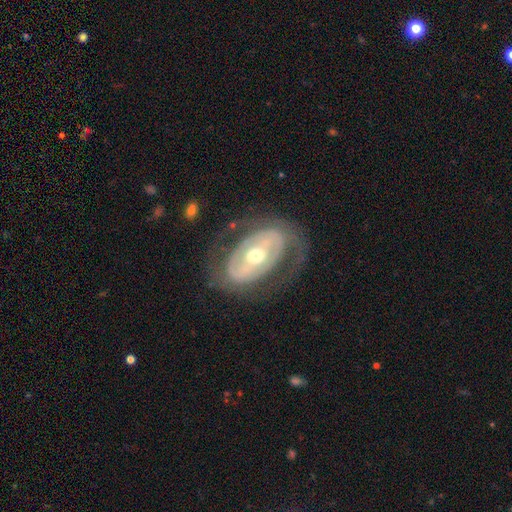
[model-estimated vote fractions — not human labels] Smooth or featured: featured or disk — 79% (smooth — 16%)
Edge-on disk: no — 93% (yes — 7%)
Bar: no — 44% (weak — 29%)
Spiral arms: yes — 58% (no — 42%)
Bulge size: moderate — 67% (small — 25%)
Merging: none — 68% (minor disturbance — 16%)